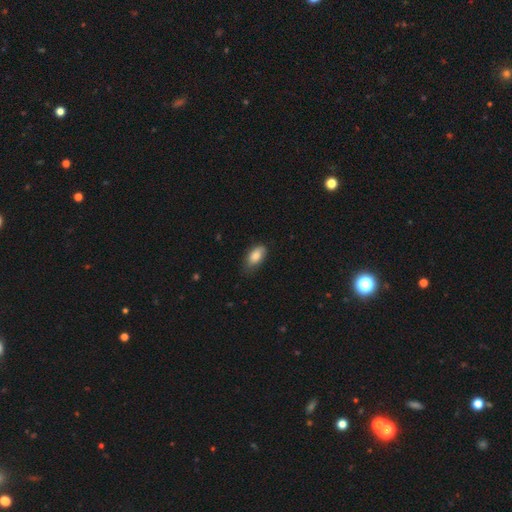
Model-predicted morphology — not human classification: Overall: smooth (84%). How rounded: in between (91%). Merging: none (64%; minor disturbance 29%).